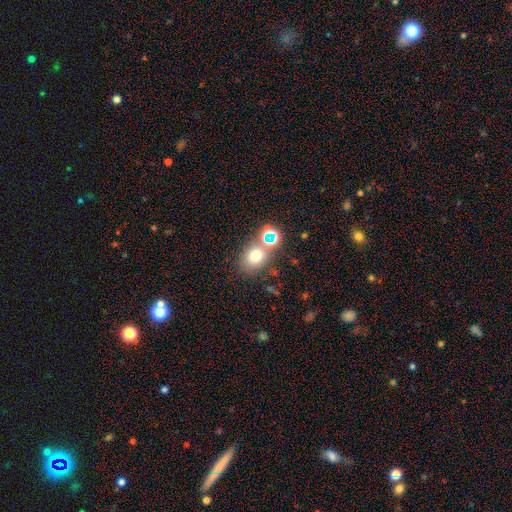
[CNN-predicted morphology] Q: Smooth or featured?
A: smooth (67%); runner-up: star or artifact (21%)
Q: How rounded?
A: round (56%); runner-up: in between (43%)
Q: Merging?
A: none (63%); runner-up: merger (21%)